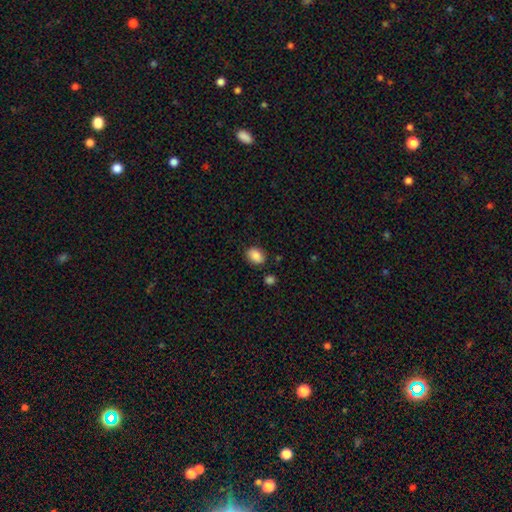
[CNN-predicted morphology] type=smooth (88%); roundness=in between (78%); merging=none (83%).